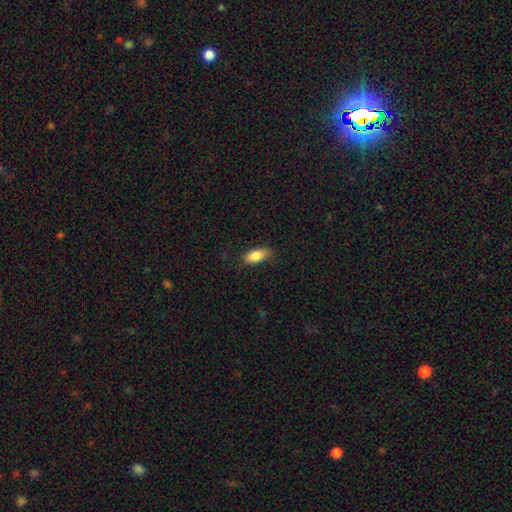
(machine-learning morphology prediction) A smooth galaxy with no disk features (86%) that is in between round and cigar-shaped (86%). Merging: none (82%).